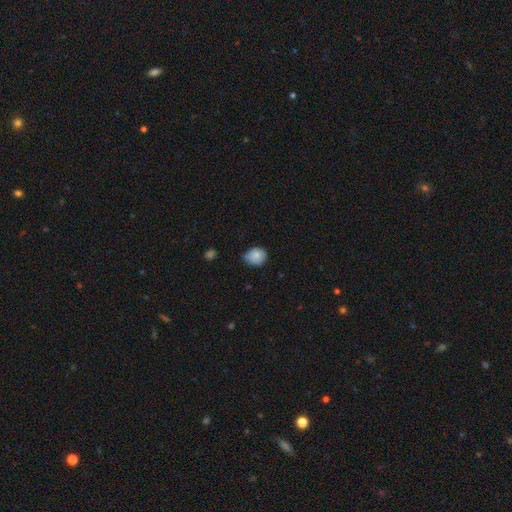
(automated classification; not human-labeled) Smooth or featured? Predicted: smooth (p=0.82). How rounded? Predicted: round (p=0.58). Merging? Predicted: none (p=0.57).